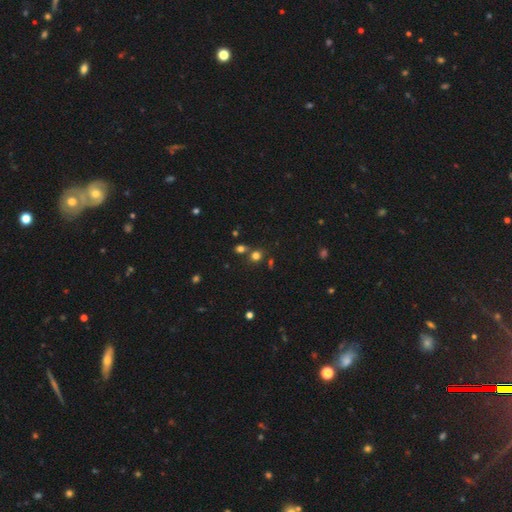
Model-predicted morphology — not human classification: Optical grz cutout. It shows a smooth galaxy with no disk features (70%) that is round (83%). Merging: none (65%).